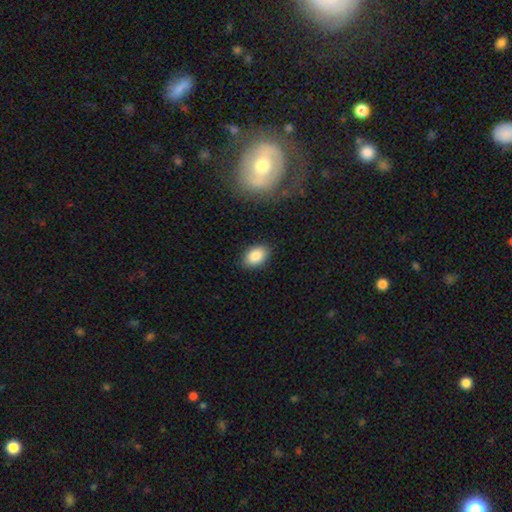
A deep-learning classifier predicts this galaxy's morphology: smooth_or_featured: smooth (p=0.87) [alt: star or artifact p=0.07]
how_rounded: in between (p=0.87) [alt: round p=0.12]
merging: none (p=0.87) [alt: minor disturbance p=0.09]